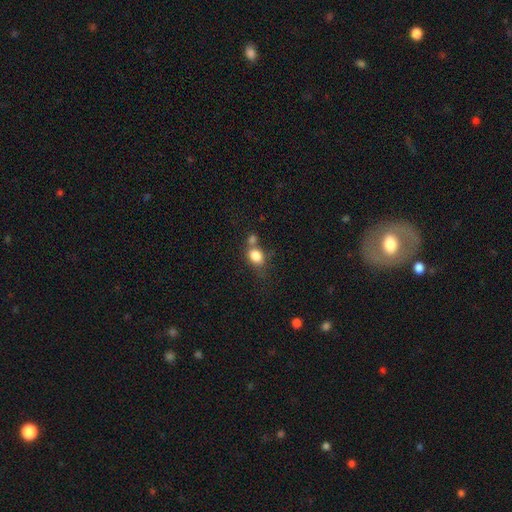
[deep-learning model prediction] Smooth or featured? Predicted: smooth (p=0.81). How rounded? Predicted: in between (p=0.64). Merging? Predicted: merger (p=0.39, tied with none).